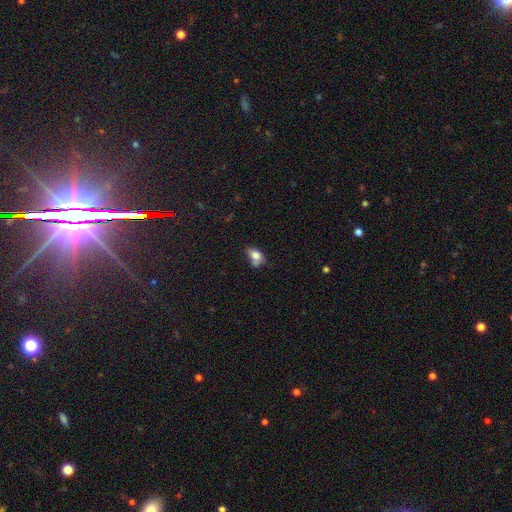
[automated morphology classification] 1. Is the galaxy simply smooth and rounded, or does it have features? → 77% smooth, 13% featured or disk, 10% star or artifact.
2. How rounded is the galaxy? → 82% in between, 16% round, 2% cigar-shaped.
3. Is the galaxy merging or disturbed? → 38% none, 34% minor disturbance, 15% merger, 12% major disturbance.